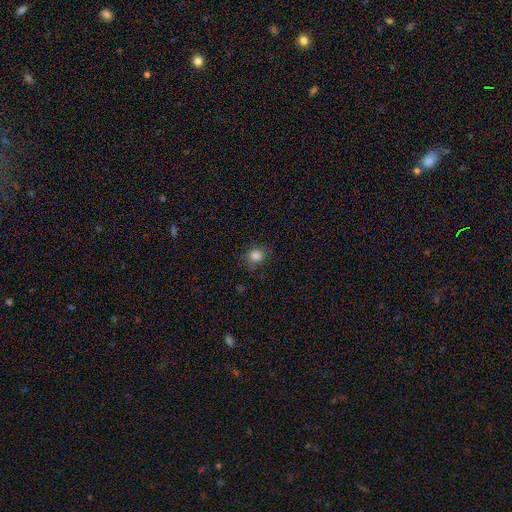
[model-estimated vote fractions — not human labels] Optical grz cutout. It shows a smooth galaxy with no disk features (84%) that is round (73%). Merging: none (77%).